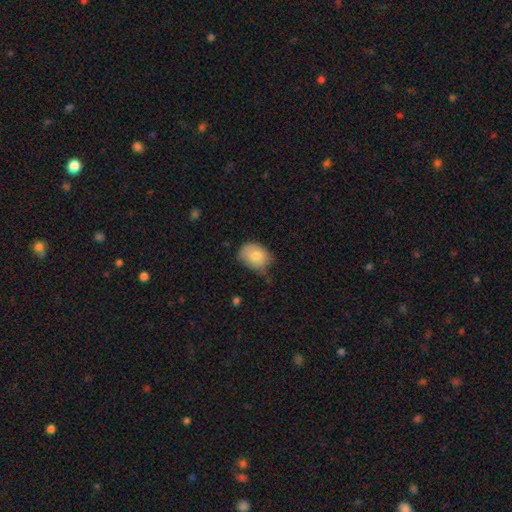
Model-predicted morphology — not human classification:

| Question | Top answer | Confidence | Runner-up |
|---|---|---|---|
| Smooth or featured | smooth | 77% | featured or disk (16%) |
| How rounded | in between | 67% | round (32%) |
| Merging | none | 55% | minor disturbance (36%) |